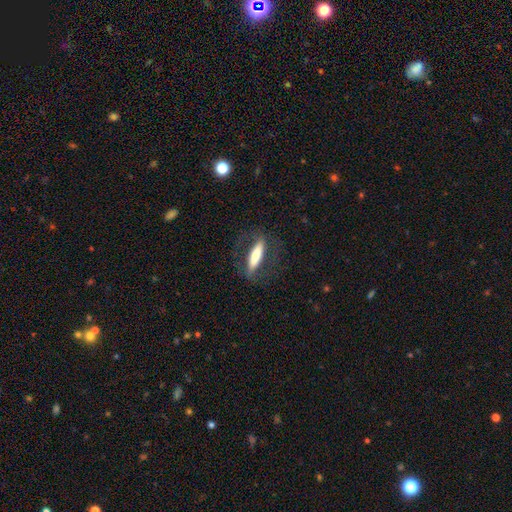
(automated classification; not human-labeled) smooth-or-featured: smooth: 52% | featured or disk: 41% | star or artifact: 6%
  how-rounded: cigar-shaped: 75% | in between: 23% | round: 2%
  merging: none: 73% | minor disturbance: 14% | major disturbance: 11% | merger: 1%